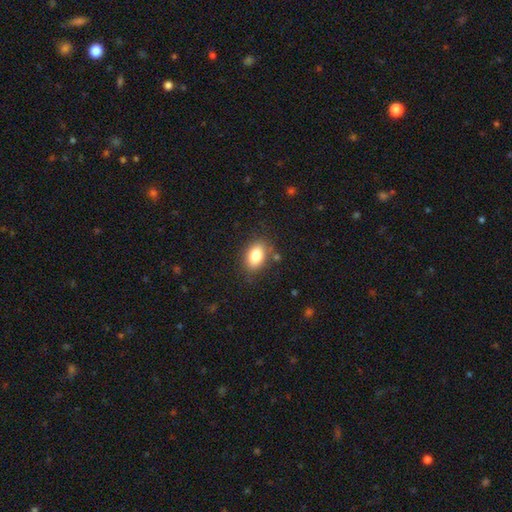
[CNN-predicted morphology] smooth-or-featured: smooth: 82% | featured or disk: 9% | star or artifact: 9%
  how-rounded: in between: 84% | round: 14% | cigar-shaped: 2%
  merging: none: 81% | minor disturbance: 13% | major disturbance: 4% | merger: 3%